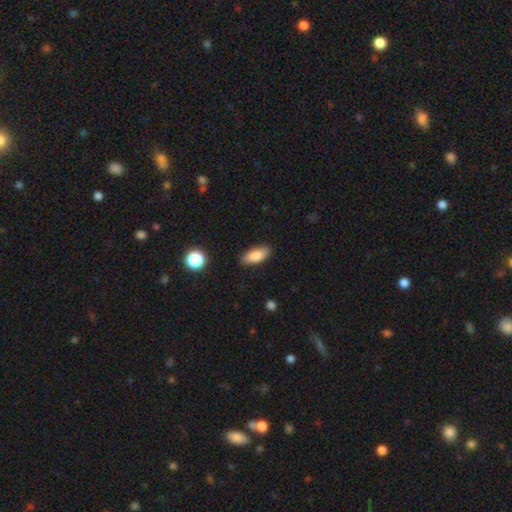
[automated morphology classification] type=smooth (85%); roundness=in between (83%); merging=none (86%).